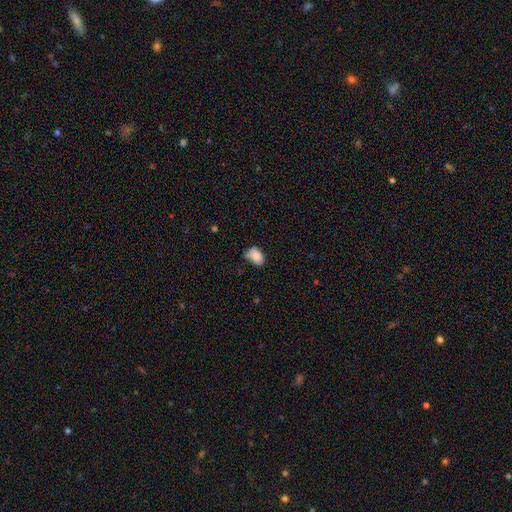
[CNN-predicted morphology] A smooth galaxy with no disk features (81%) that is in between round and cigar-shaped (83%). Merging: none (47%).